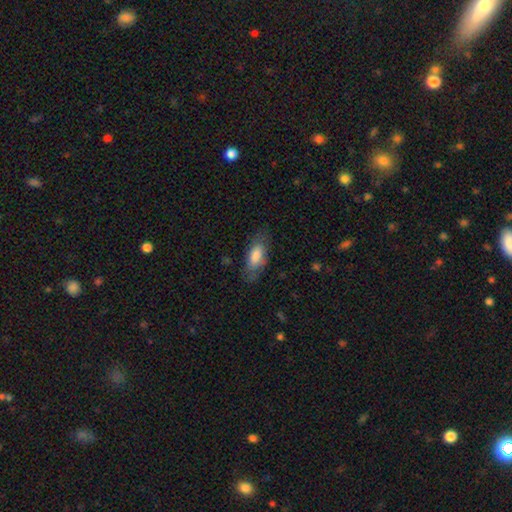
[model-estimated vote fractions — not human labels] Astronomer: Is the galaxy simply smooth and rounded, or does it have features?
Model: smooth — 78%.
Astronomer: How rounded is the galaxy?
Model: in between — 82%.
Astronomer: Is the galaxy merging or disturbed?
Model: none — 72%.